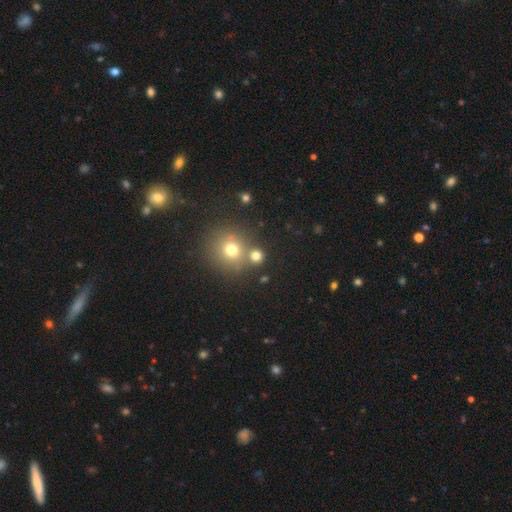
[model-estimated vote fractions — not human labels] Smooth or featured? smooth (73%)
How rounded? round (87%)
Merging? none (67%)